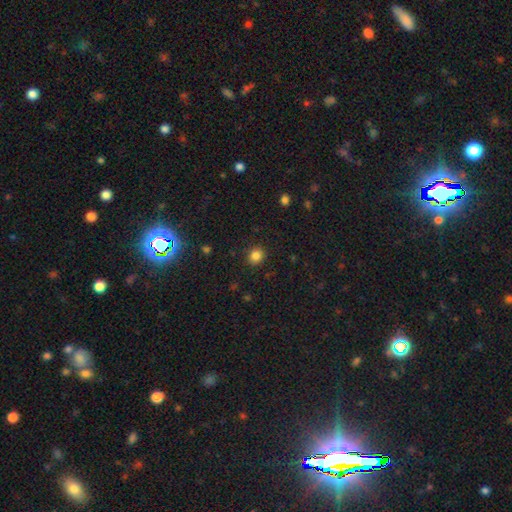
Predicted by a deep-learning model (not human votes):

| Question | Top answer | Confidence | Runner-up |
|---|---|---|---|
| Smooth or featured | smooth | 84% | star or artifact (12%) |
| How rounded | round | 78% | in between (21%) |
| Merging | none | 89% | minor disturbance (8%) |